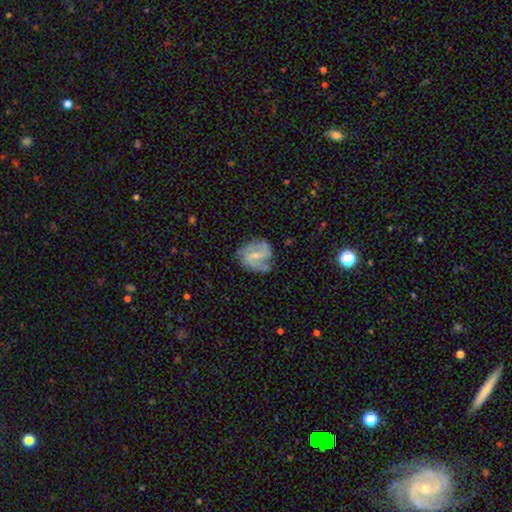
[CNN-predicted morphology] Smooth or featured? featured or disk (75%)
Edge-on disk? no (97%)
Bar? weak (53%)
Spiral arms? yes (90%)
Spiral winding? medium (47%)
Spiral arm count? 2 (74%)
Bulge size? small (60%)
Merging? none (61%)